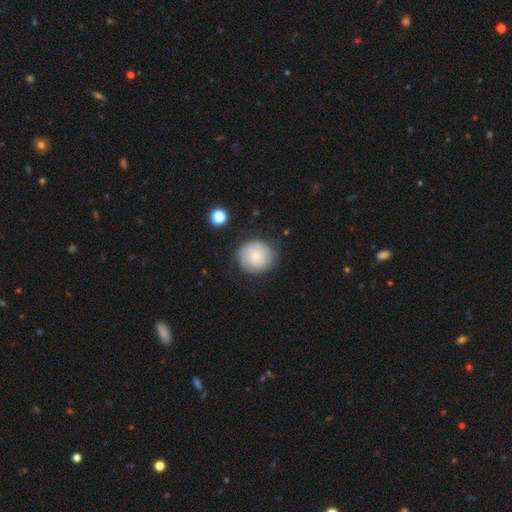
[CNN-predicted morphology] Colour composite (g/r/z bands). It shows a smooth galaxy with no disk features (62%) that is round (90%). Merging: none (79%).